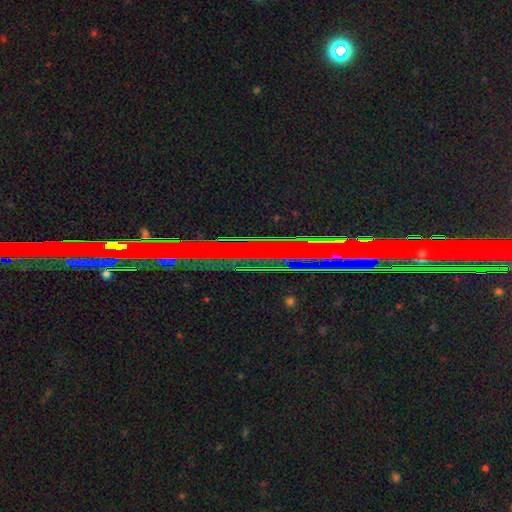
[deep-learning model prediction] Morphology: type=star or artifact (81%).